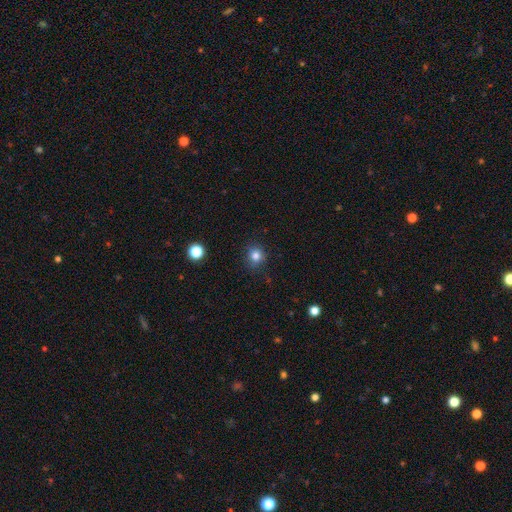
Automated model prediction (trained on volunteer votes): Smooth or featured?
  - smooth: 82% *
  - star or artifact: 13%
  - featured or disk: 5%
How rounded?
  - round: 84% *
  - in between: 15%
  - cigar-shaped: 1%
Merging?
  - none: 83% *
  - minor disturbance: 12%
  - major disturbance: 3%
  - merger: 1%